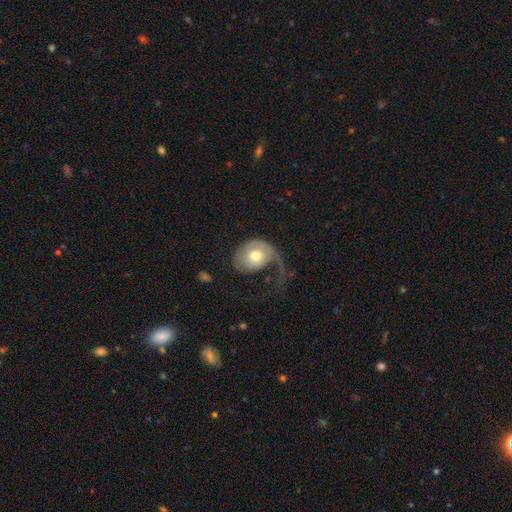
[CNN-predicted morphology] Overall: smooth (50%; featured or disk 44%). Merging: major disturbance (56%; none 22%).